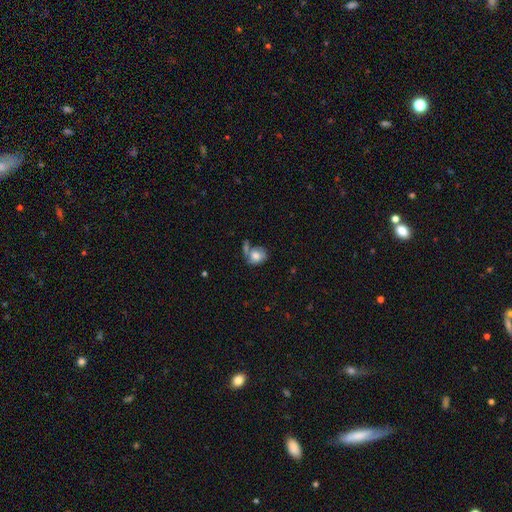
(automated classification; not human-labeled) Smooth or featured? Predicted: smooth (p=0.70). How rounded? Predicted: round (p=0.58). Merging? Predicted: none (p=0.39).